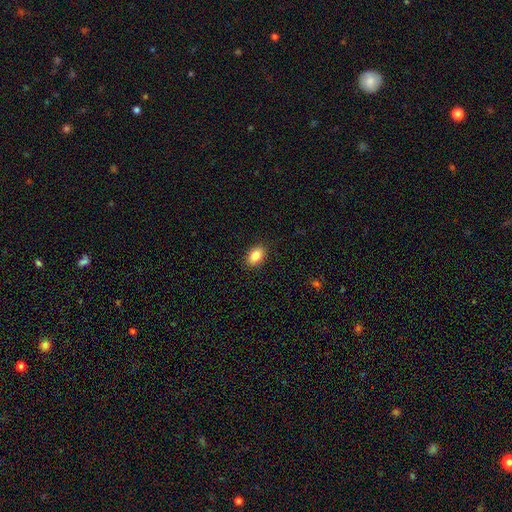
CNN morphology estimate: This appears to be a smooth galaxy with no disk features (85%) that is in between round and cigar-shaped (84%). Merging: none (89%).